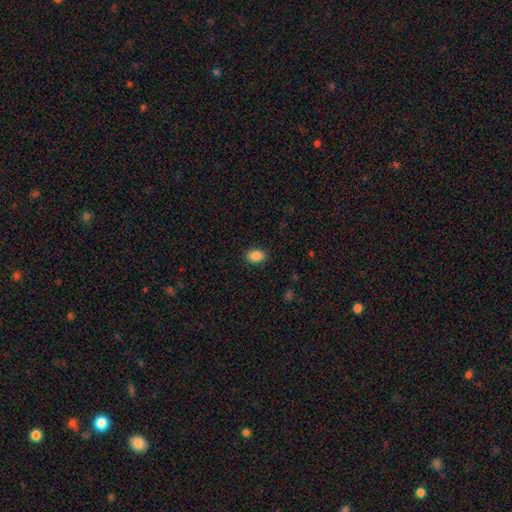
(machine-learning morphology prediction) Smooth or featured? Predicted: smooth (p=0.88). How rounded? Predicted: in between (p=0.78). Merging? Predicted: none (p=0.87).